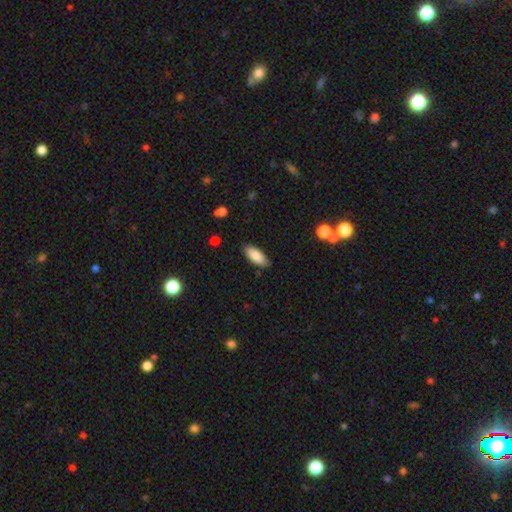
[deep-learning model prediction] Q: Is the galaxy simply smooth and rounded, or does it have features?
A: smooth — 86%.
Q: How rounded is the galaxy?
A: in between — 79%.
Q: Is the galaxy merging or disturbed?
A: none — 85%.